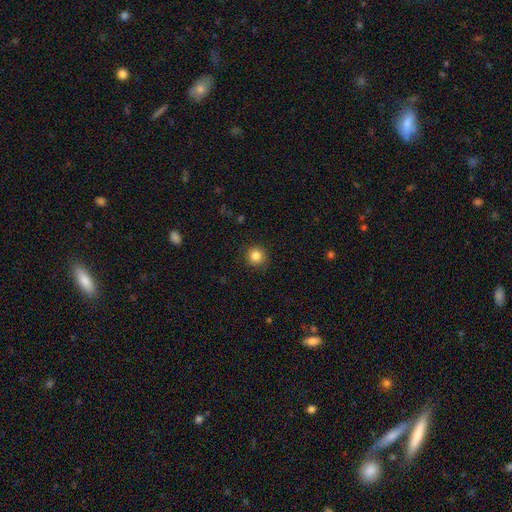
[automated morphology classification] Overall: smooth (84%). How rounded: round (94%). Merging: none (90%).